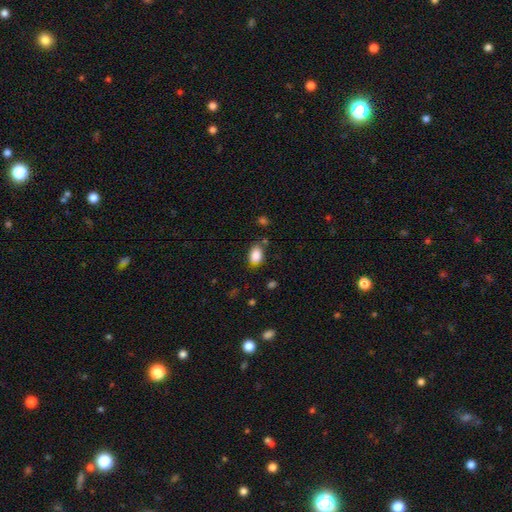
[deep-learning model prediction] Q: Smooth or featured?
A: smooth (87%); runner-up: star or artifact (8%)
Q: How rounded?
A: in between (86%); runner-up: round (13%)
Q: Merging?
A: none (76%); runner-up: minor disturbance (16%)